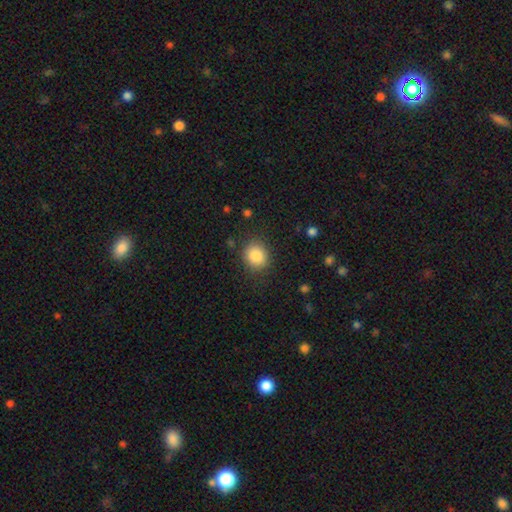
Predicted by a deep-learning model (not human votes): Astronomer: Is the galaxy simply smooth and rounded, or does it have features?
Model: smooth — 86%.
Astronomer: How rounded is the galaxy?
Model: round — 70%.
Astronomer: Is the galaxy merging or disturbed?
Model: none — 83%.